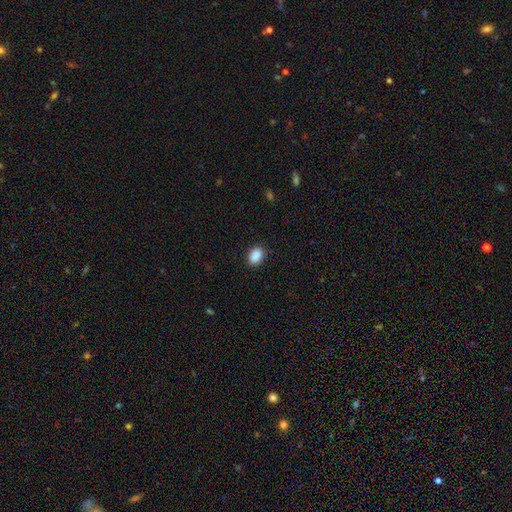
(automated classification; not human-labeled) smooth 90%, star or artifact 8%, featured or disk 2%. Down the decision tree: how rounded — in between (75%); merging — none (89%).